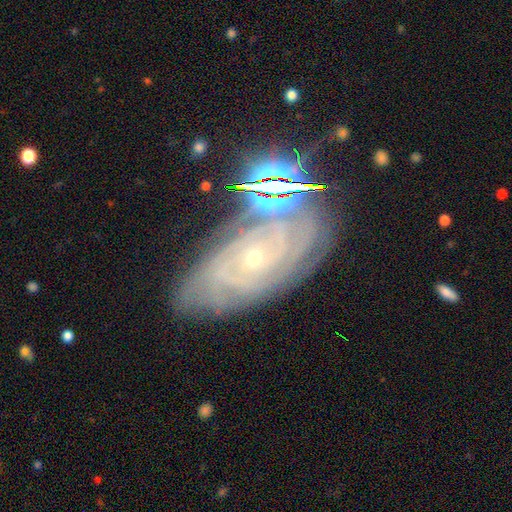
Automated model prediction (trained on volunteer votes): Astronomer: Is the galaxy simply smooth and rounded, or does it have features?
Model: featured or disk — 82%.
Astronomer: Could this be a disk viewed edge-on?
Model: no — 94%.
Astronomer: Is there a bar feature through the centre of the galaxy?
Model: no — 75%.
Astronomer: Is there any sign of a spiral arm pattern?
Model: yes — 96%.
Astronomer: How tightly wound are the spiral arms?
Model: tight — 80%.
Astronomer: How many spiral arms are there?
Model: can't tell — 32% (runner-up: 4, 18%).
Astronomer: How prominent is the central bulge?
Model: small — 79%.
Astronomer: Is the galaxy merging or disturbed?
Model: none — 75%.